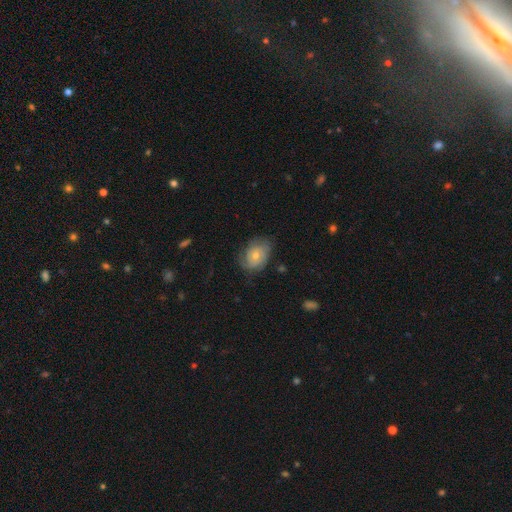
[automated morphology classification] This appears to be a smooth galaxy with no disk features (46%, tied with featured or disk). Merging: none (65%).